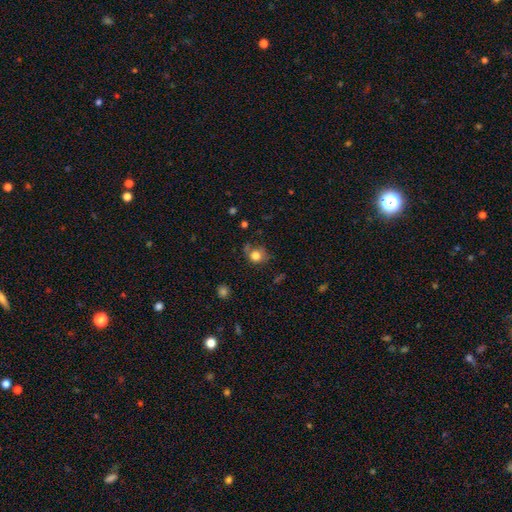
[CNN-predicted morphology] Overall: smooth (79%). How rounded: round (75%). Merging: none (61%; minor disturbance 25%).